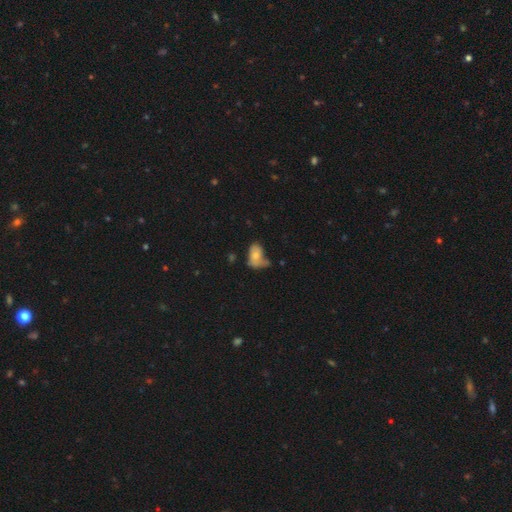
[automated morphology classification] smooth_or_featured: smooth (p=0.64) [alt: featured or disk p=0.26]
how_rounded: in between (p=0.85) [alt: round p=0.13]
merging: minor disturbance (p=0.33) [alt: none p=0.28]